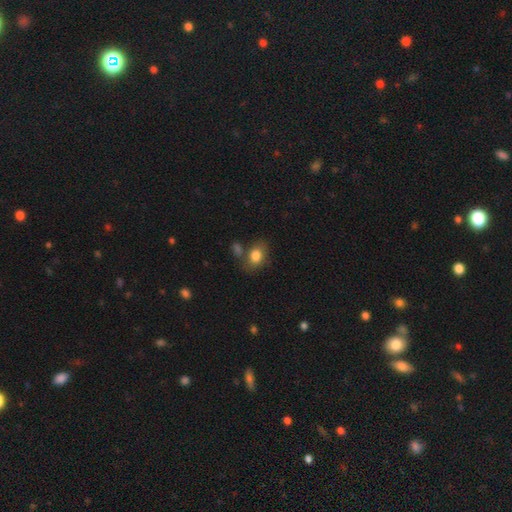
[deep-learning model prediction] Morphology: type=smooth (82%); roundness=in between (73%); merging=none (62%).